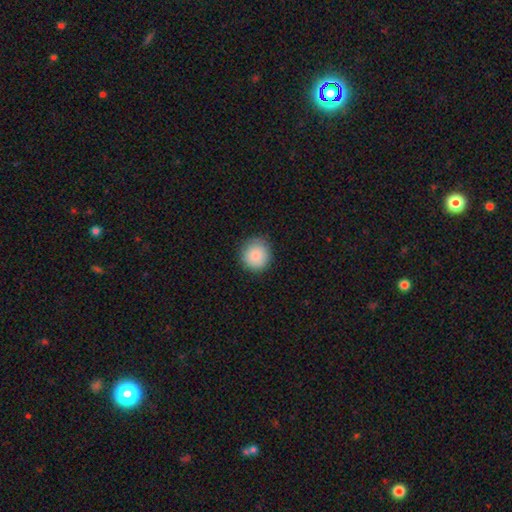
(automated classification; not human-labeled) A smooth galaxy with no disk features (88%) that is round (92%).

Vote fractions:
- Smooth or featured? smooth: 88% / star or artifact: 8% / featured or disk: 4%
- How rounded? round: 92% / in between: 7% / cigar-shaped: 1%
- Merging? none: 87% / minor disturbance: 10% / major disturbance: 2% / merger: 1%